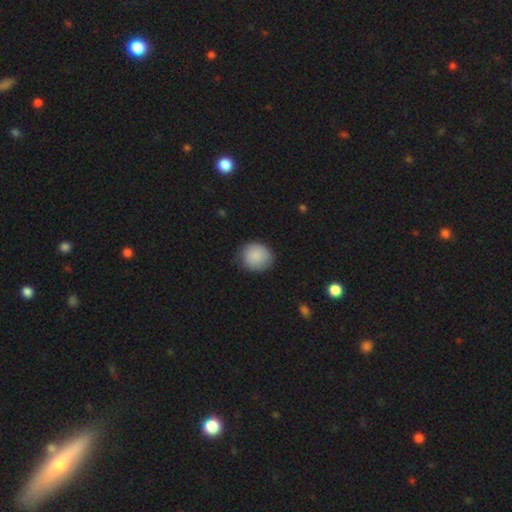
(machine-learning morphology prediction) Smooth or featured: smooth — 88% (star or artifact — 7%)
How rounded: round — 82% (in between — 18%)
Merging: none — 83% (minor disturbance — 13%)